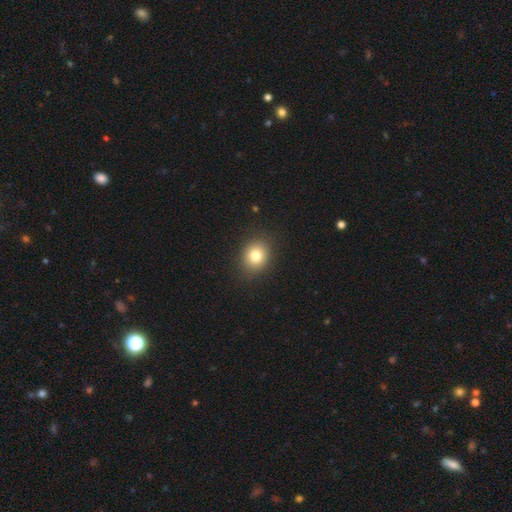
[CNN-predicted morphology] smooth-or-featured: smooth: 80% | star or artifact: 12% | featured or disk: 9%
  how-rounded: round: 66% | in between: 33% | cigar-shaped: 1%
  merging: none: 88% | minor disturbance: 8% | major disturbance: 3% | merger: 1%